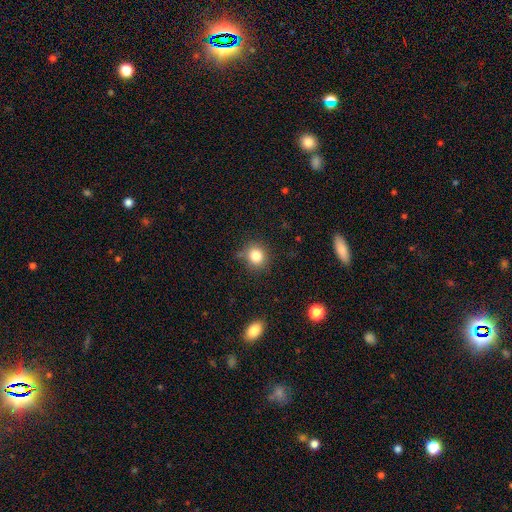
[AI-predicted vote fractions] Smooth or featured?
  - smooth: 83% *
  - star or artifact: 11%
  - featured or disk: 6%
How rounded?
  - round: 82% *
  - in between: 17%
  - cigar-shaped: 1%
Merging?
  - none: 81% *
  - minor disturbance: 13%
  - merger: 3%
  - major disturbance: 3%